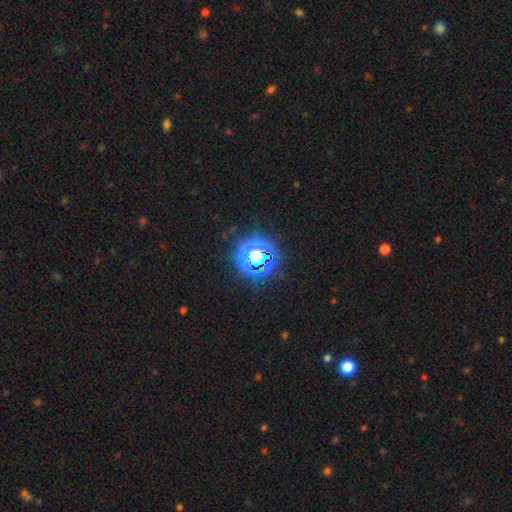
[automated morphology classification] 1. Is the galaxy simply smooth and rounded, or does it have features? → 66% star or artifact, 23% smooth, 11% featured or disk.